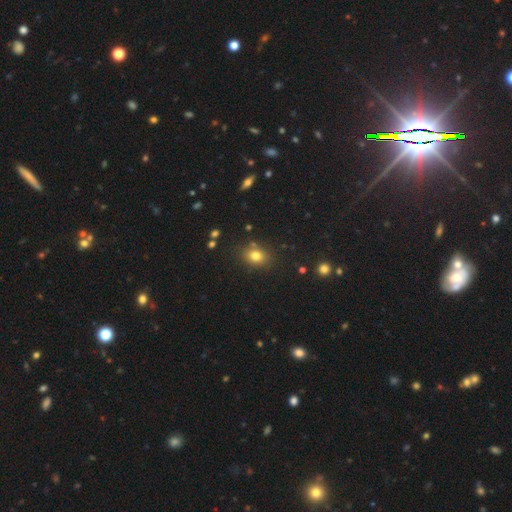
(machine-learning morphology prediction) Smooth or featured? Predicted: smooth (p=0.79). How rounded? Predicted: in between (p=0.56). Merging? Predicted: none (p=0.80).